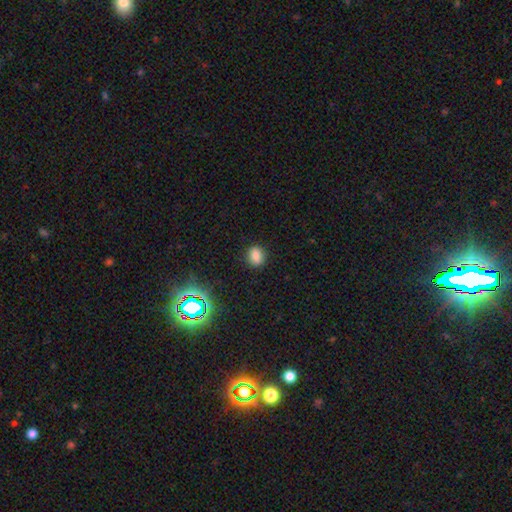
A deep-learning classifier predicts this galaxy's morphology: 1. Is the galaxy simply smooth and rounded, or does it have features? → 80% smooth, 14% star or artifact, 6% featured or disk.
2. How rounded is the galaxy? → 51% round, 48% in between, 1% cigar-shaped.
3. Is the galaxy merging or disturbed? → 87% none, 9% minor disturbance, 3% major disturbance, 1% merger.